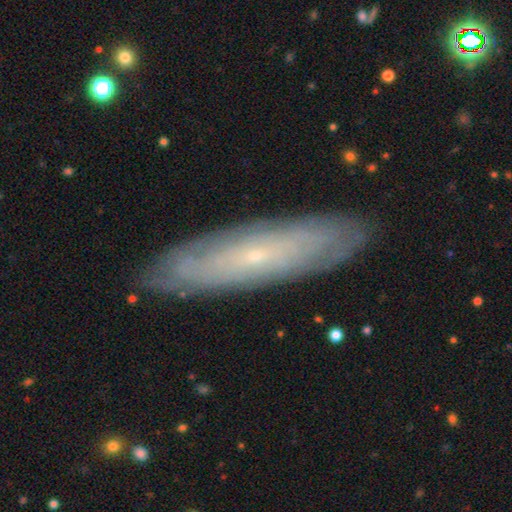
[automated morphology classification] Q: Smooth or featured?
A: featured or disk (69%); runner-up: smooth (23%)
Q: Edge-on disk?
A: no (64%); runner-up: yes (36%)
Q: Merging?
A: none (88%); runner-up: minor disturbance (9%)